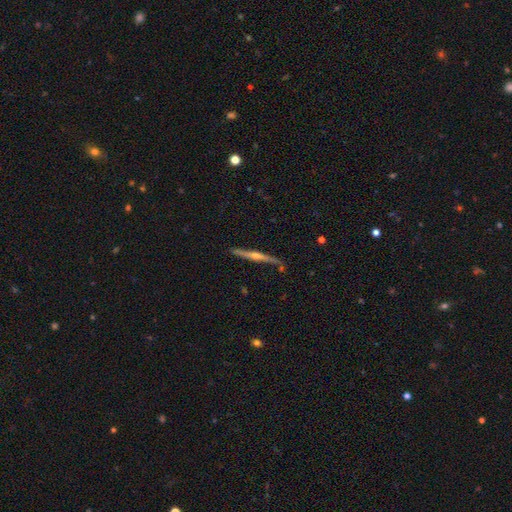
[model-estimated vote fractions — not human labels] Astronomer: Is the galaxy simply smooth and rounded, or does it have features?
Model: featured or disk — 82%.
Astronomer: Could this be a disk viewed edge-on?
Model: yes — 98%.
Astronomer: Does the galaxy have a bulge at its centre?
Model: rounded — 88%.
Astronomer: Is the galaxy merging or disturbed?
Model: none — 84%.